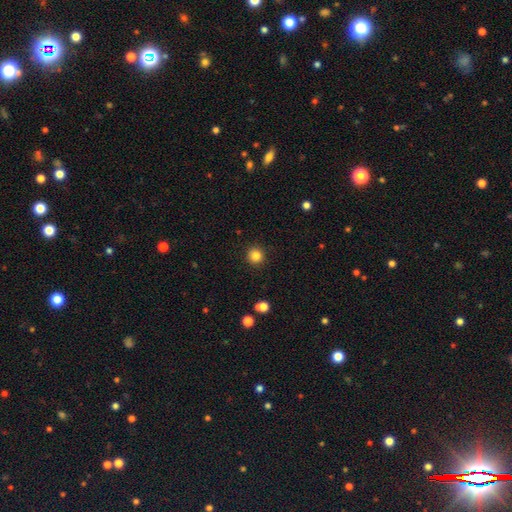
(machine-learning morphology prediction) This is clearly a smooth galaxy (84%). How rounded: clearly round (94%). Merging: clearly none (92%).